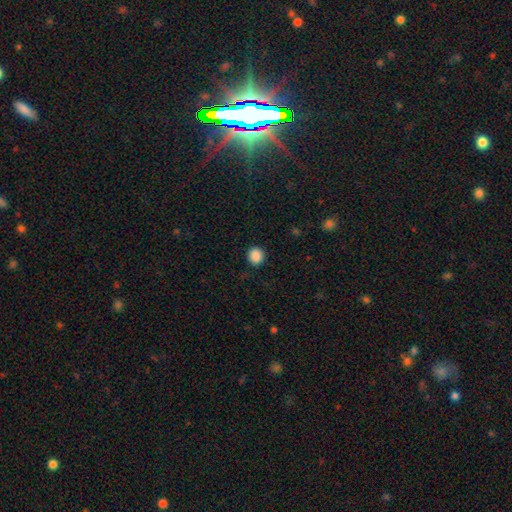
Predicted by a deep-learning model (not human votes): Smooth or featured: smooth — 88% (star or artifact — 9%)
How rounded: round — 88% (in between — 11%)
Merging: none — 90% (minor disturbance — 7%)